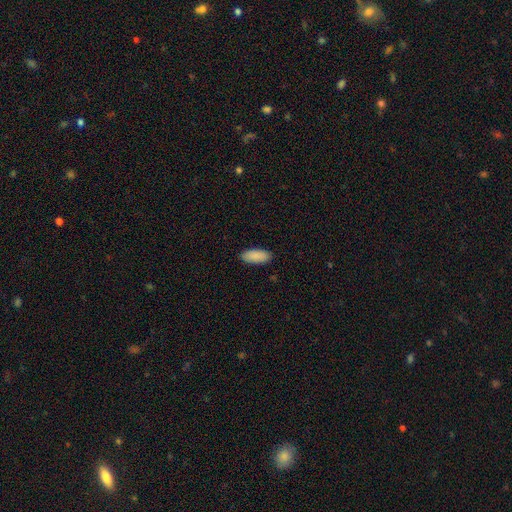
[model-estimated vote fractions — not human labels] Smooth or featured?
  - smooth: 90% *
  - star or artifact: 6%
  - featured or disk: 4%
How rounded?
  - in between: 87% *
  - cigar-shaped: 12%
  - round: 2%
Merging?
  - none: 89% *
  - minor disturbance: 8%
  - major disturbance: 2%
  - merger: 1%